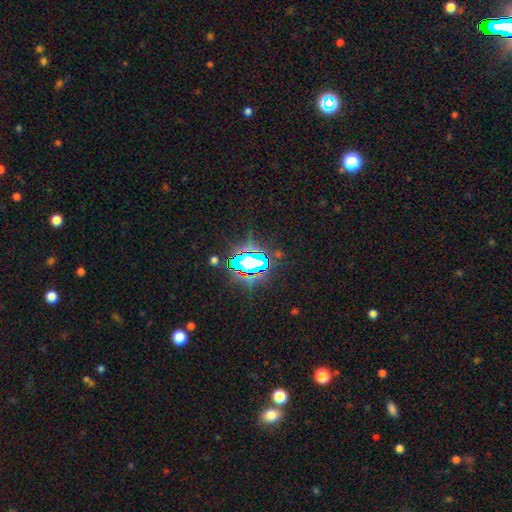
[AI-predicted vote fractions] This appears to be a star or artifact, not a galaxy (81%).